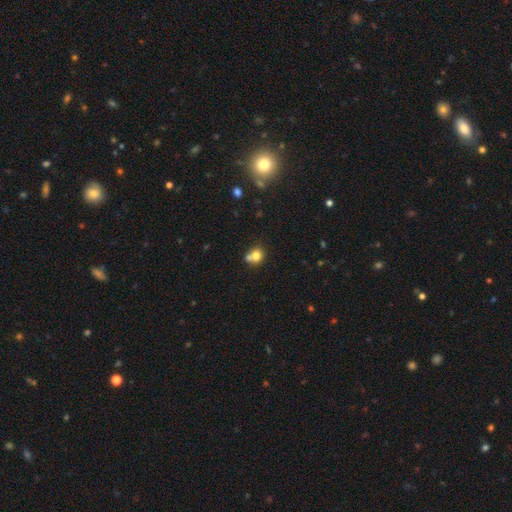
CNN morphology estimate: Q: Smooth or featured?
A: smooth (75%); runner-up: featured or disk (13%)
Q: How rounded?
A: round (73%); runner-up: in between (26%)
Q: Merging?
A: merger (45%); runner-up: none (40%)